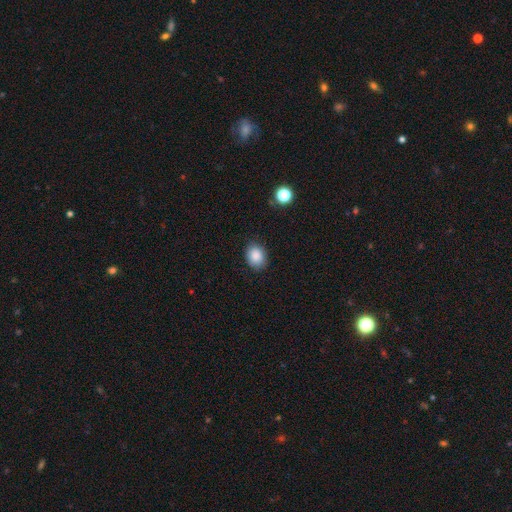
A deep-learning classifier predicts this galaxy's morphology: Smooth or featured? smooth (86%)
How rounded? in between (59%)
Merging? none (85%)